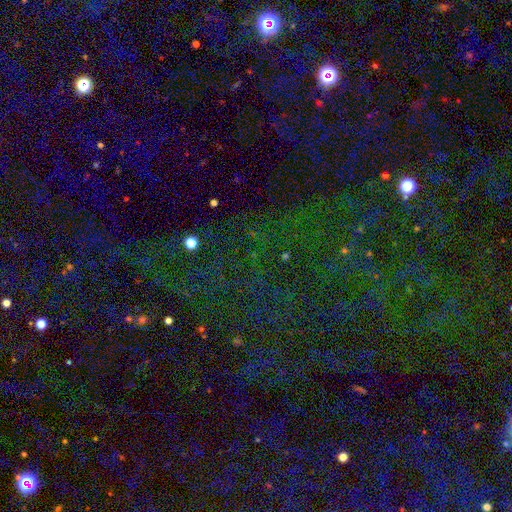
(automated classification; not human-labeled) Smooth or featured? Predicted: star or artifact (p=0.78).